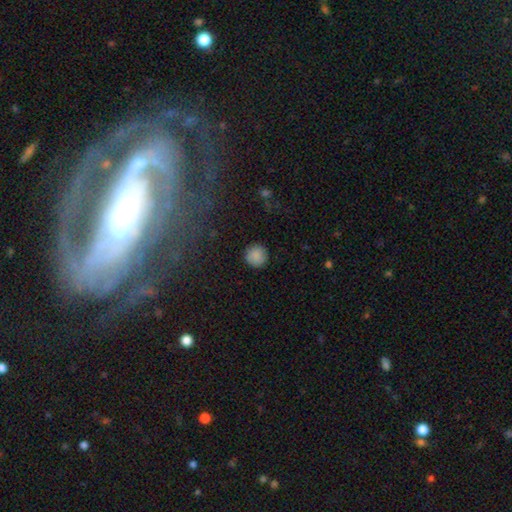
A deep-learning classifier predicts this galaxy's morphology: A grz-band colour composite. It shows a smooth galaxy with no disk features (86%) that is round (95%). Merging: none (88%).